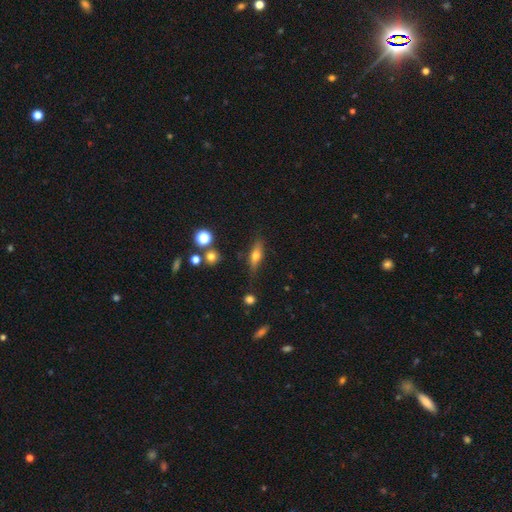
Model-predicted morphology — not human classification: Smooth or featured? Predicted: smooth (p=0.54). How rounded? Predicted: in between (p=0.48). Merging? Predicted: none (p=0.78).